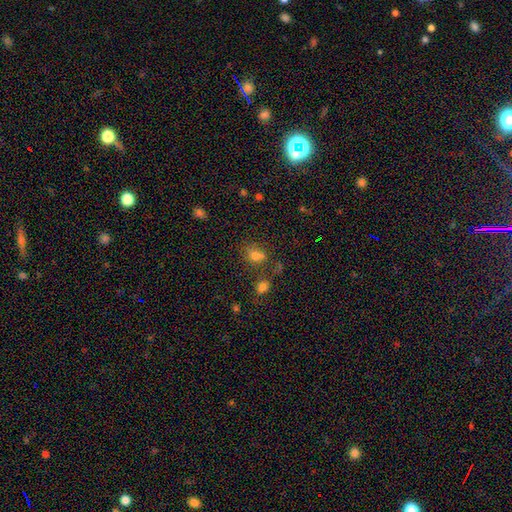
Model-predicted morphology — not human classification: smooth_or_featured: smooth (p=0.68) [alt: star or artifact p=0.21]
how_rounded: in between (p=0.60) [alt: round p=0.38]
merging: none (p=0.47) [alt: merger p=0.27]